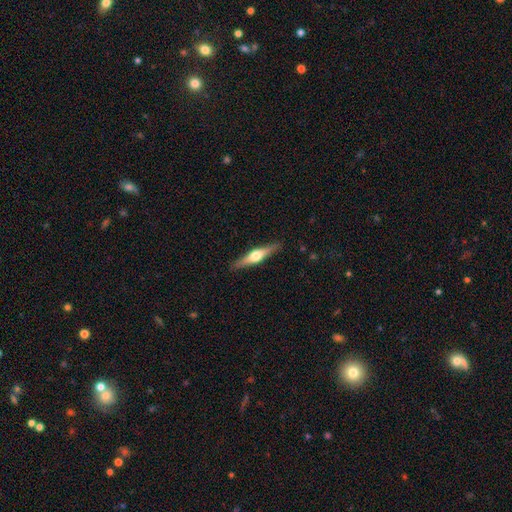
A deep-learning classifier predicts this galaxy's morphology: Smooth or featured?
  - featured or disk: 64% *
  - smooth: 30%
  - star or artifact: 5%
Edge-on disk?
  - yes: 97% *
  - no: 3%
Edge-on bulge?
  - rounded: 93% *
  - boxy: 4%
  - none: 2%
Merging?
  - none: 90% *
  - minor disturbance: 8%
  - major disturbance: 2%
  - merger: 1%